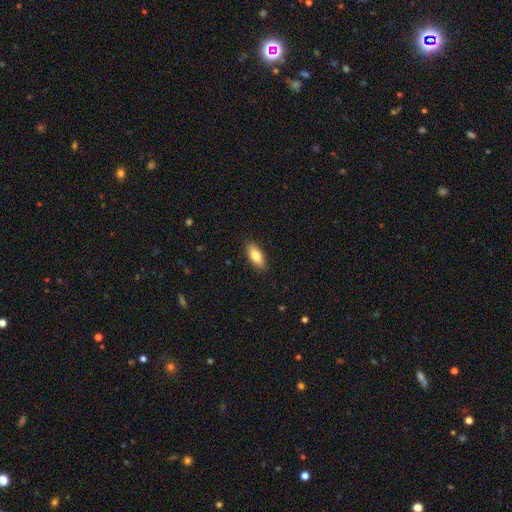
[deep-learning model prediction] Smooth or featured: smooth — 81% (featured or disk — 13%)
How rounded: in between — 81% (cigar-shaped — 17%)
Merging: none — 88% (minor disturbance — 9%)